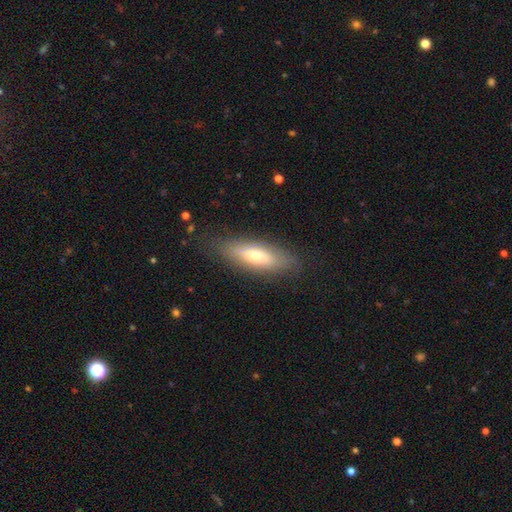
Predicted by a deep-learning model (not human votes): Smooth or featured? smooth (60%)
How rounded? cigar-shaped (51%)
Merging? none (84%)